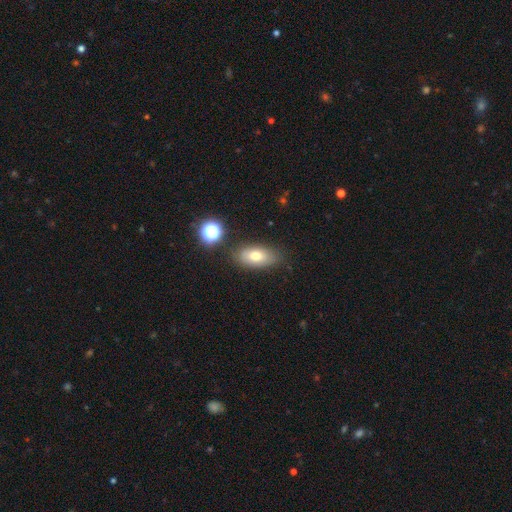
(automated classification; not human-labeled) This is likely a smooth galaxy (71%). How rounded: clearly in between (87%). Merging: likely none (79%).